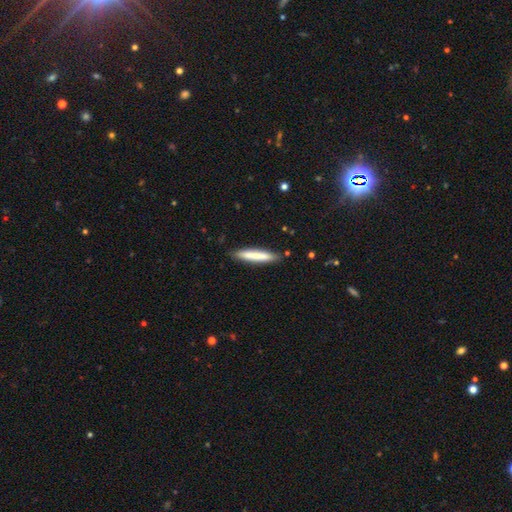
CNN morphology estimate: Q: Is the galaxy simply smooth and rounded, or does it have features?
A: smooth — 75%.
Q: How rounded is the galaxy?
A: cigar-shaped — 91%.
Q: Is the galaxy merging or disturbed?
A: none — 86%.